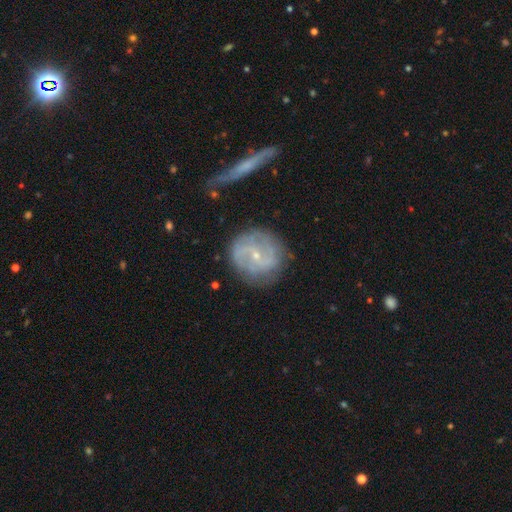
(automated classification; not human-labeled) This appears to be a featured or disk galaxy (76%) with a weak bar (42%), 2 (66%) medium (42%) spiral arms (87%) and a small central bulge (78%). Merging: none (76%).